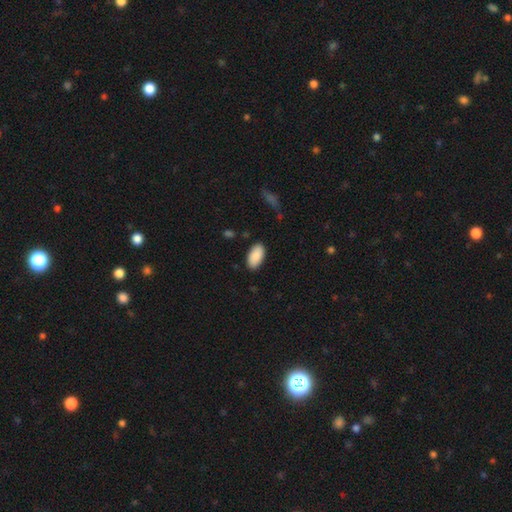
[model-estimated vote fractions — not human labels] Overall: smooth (90%). How rounded: in between (95%). Merging: none (87%).